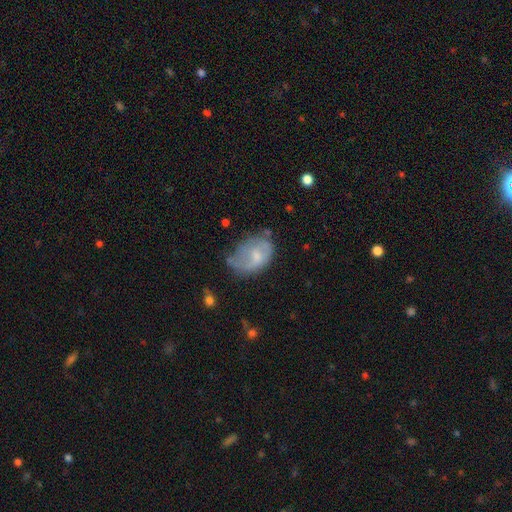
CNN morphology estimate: smooth_or_featured: smooth (p=0.52) [alt: featured or disk p=0.40]
how_rounded: in between (p=0.83) [alt: round p=0.16]
merging: minor disturbance (p=0.38) [alt: none p=0.37]